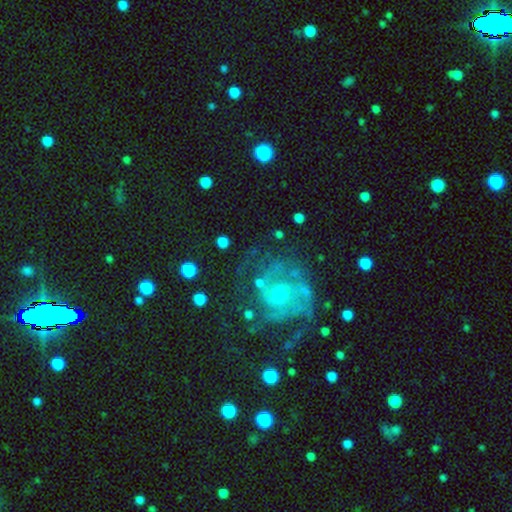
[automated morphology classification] featured or disk 72%, star or artifact 15%, smooth 13%. Down the decision tree: edge-on disk — no (97%); bar — no (68%); spiral arms — yes (85%); spiral arm count — can't tell (34%); spiral winding — medium (42%, tied with tight); bulge size — moderate (45%); merging — none (58%).